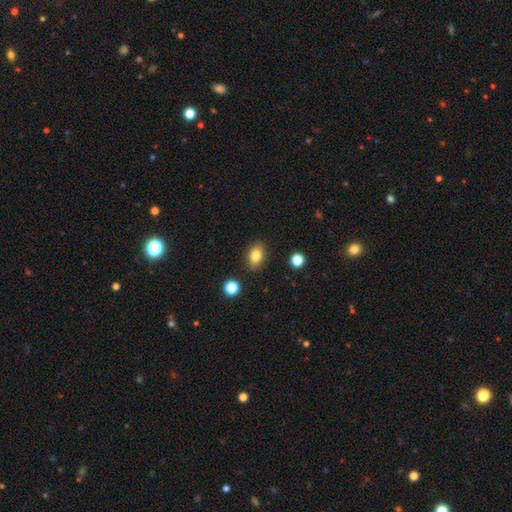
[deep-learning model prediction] Smooth or featured? smooth (83%)
How rounded? in between (80%)
Merging? none (88%)